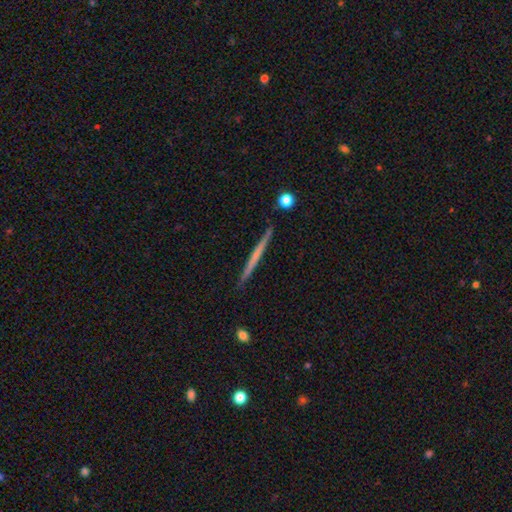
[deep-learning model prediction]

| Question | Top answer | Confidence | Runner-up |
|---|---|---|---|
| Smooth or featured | featured or disk | 52% | smooth (42%) |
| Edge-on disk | yes | 98% | no (2%) |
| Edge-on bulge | none | 88% | rounded (9%) |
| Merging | none | 91% | minor disturbance (7%) |